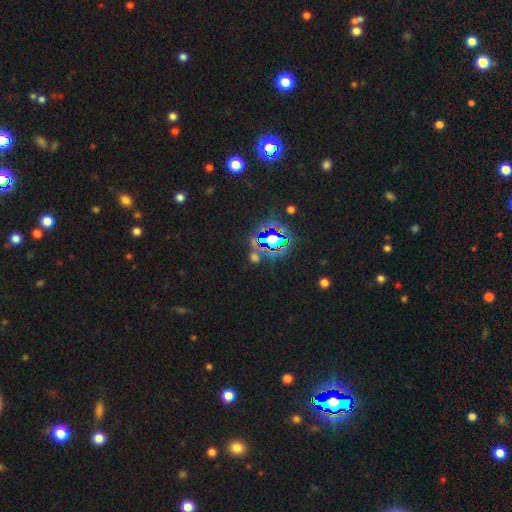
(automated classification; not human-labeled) smooth_or_featured: star or artifact (p=0.74) [alt: smooth p=0.16]